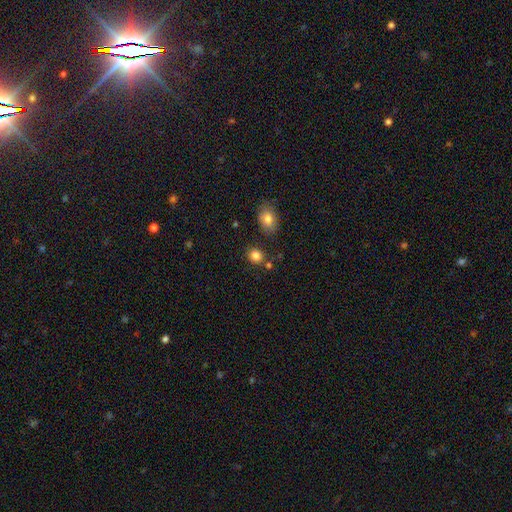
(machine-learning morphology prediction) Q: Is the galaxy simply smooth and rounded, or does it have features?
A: smooth — 84%.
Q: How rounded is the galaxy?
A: round — 71%.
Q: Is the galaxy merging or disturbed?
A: none — 80%.